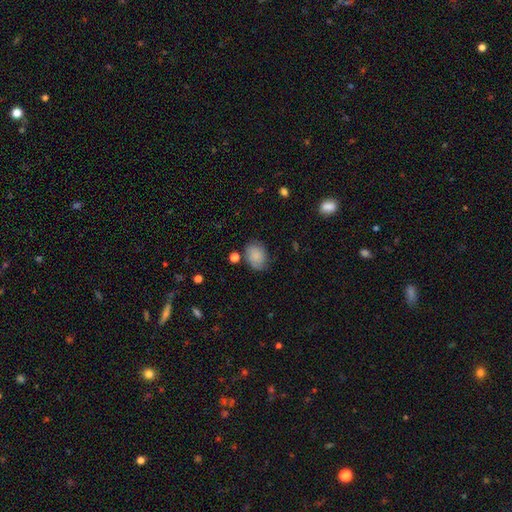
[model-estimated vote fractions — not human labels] smooth 80%, featured or disk 12%, star or artifact 8%. Down the decision tree: how rounded — in between (64%); merging — none (67%).